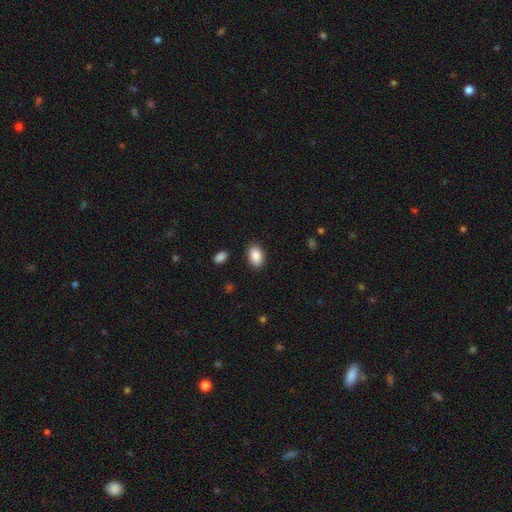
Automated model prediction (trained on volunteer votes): Q: Smooth or featured?
A: smooth (89%); runner-up: star or artifact (7%)
Q: How rounded?
A: in between (89%); runner-up: round (10%)
Q: Merging?
A: none (88%); runner-up: minor disturbance (9%)